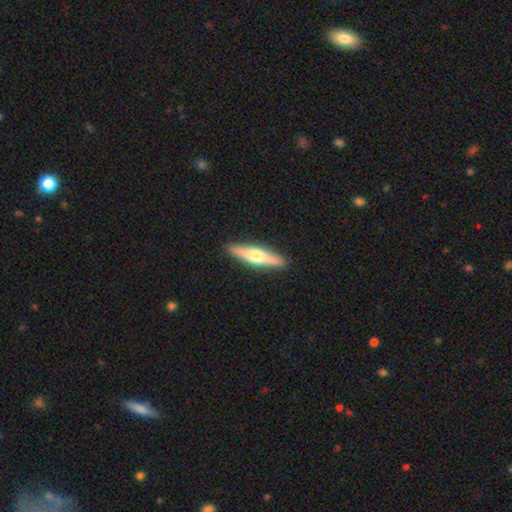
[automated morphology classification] The model was most divided on "smooth or featured": featured or disk: 51%, smooth: 44%, star or artifact: 5%. More confident: edge-on disk — yes (94%); merging — none (91%).